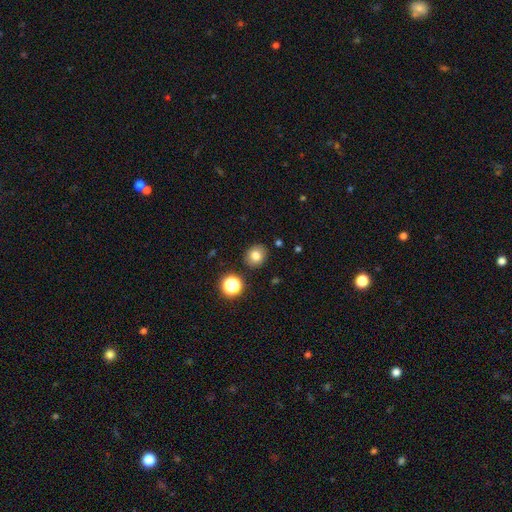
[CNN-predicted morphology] smooth_or_featured: smooth (p=0.79) [alt: star or artifact p=0.13]
how_rounded: round (p=0.81) [alt: in between p=0.18]
merging: none (p=0.88) [alt: minor disturbance p=0.08]